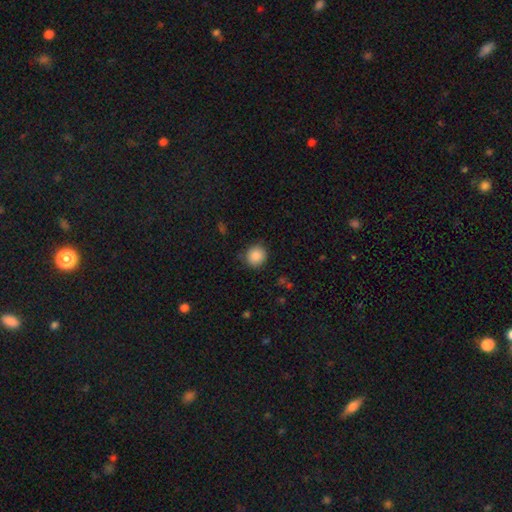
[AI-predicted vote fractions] The model was most divided on "merging": none: 82%, minor disturbance: 14%, major disturbance: 3%, merger: 1%. More confident: how rounded — round (91%); smooth or featured — smooth (87%).